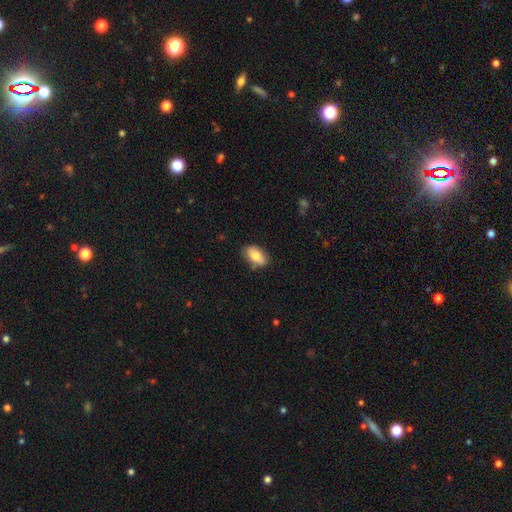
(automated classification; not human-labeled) Q: Smooth or featured?
A: smooth (79%); runner-up: featured or disk (14%)
Q: How rounded?
A: in between (91%); runner-up: round (5%)
Q: Merging?
A: none (79%); runner-up: minor disturbance (16%)